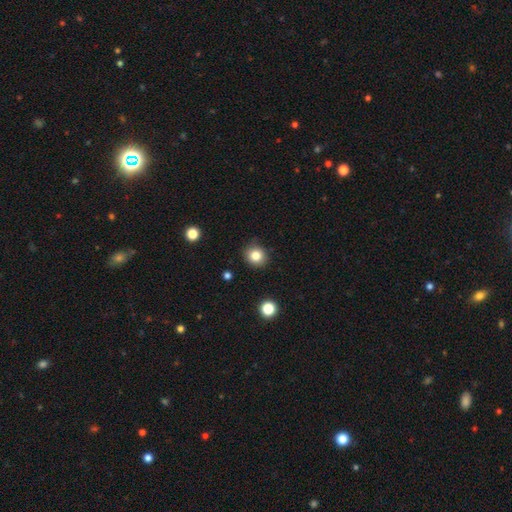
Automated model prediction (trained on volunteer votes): Smooth or featured?
  - smooth: 82% *
  - star or artifact: 12%
  - featured or disk: 7%
How rounded?
  - round: 82% *
  - in between: 17%
  - cigar-shaped: 1%
Merging?
  - none: 87% *
  - minor disturbance: 9%
  - major disturbance: 2%
  - merger: 1%